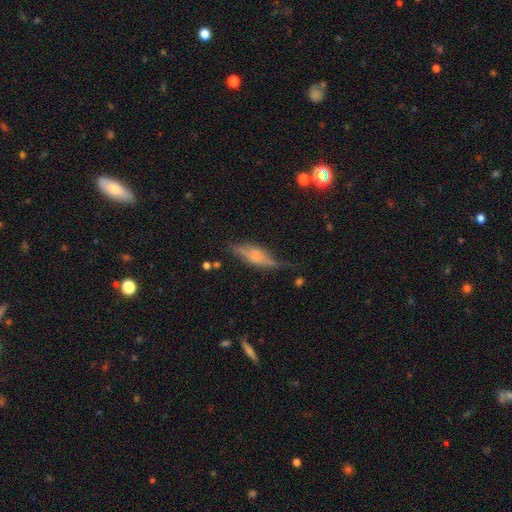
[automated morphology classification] A featured or disk galaxy (55%) viewed edge-on (88%).

Vote fractions:
- Smooth or featured? featured or disk: 55% / smooth: 36% / star or artifact: 9%
- Edge-on disk? yes: 88% / no: 12%
- Merging? none: 62% / minor disturbance: 25% / major disturbance: 10% / merger: 3%